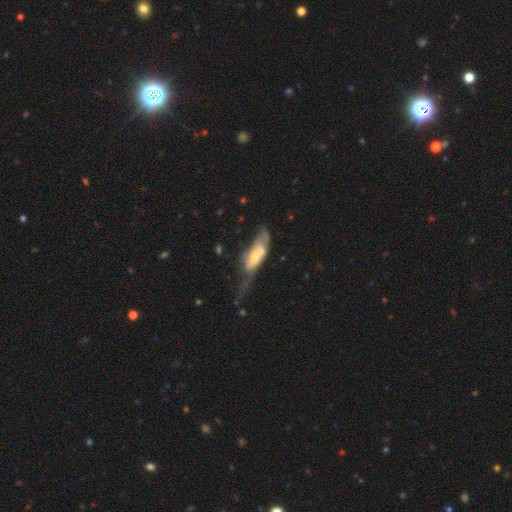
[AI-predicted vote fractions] Q: Smooth or featured?
A: smooth (47%); runner-up: featured or disk (46%)
Q: Merging?
A: major disturbance (35%); runner-up: merger (29%)